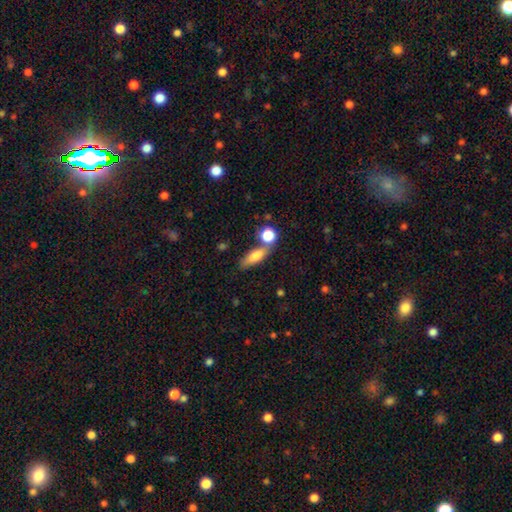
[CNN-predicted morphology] This appears to be a smooth galaxy with no disk features (73%) that is in between round and cigar-shaped (54%). Merging: none (59%).